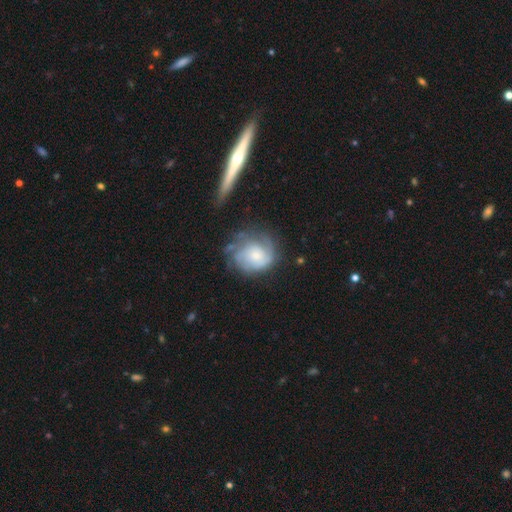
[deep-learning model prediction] smooth_or_featured: featured or disk (p=0.68) [alt: smooth p=0.25]
disk_edge_on: no (p=0.97) [alt: yes p=0.03]
bar: no (p=0.76) [alt: weak p=0.21]
has_spiral_arms: yes (p=0.88) [alt: no p=0.12]
spiral_winding: tight (p=0.54) [alt: medium p=0.33]
spiral_arm_count: can't tell (p=0.40) [alt: 2 p=0.21]
bulge_size: small (p=0.51) [alt: moderate p=0.35]
merging: none (p=0.56) [alt: minor disturbance p=0.23]